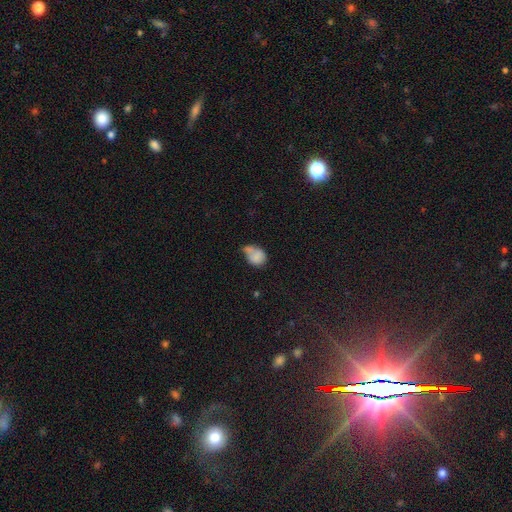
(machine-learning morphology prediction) smooth 77%, featured or disk 14%, star or artifact 10%. Down the decision tree: how rounded — in between (56%); merging — minor disturbance (33%).